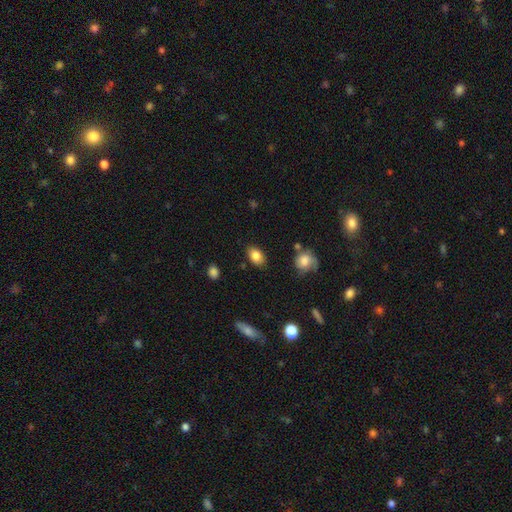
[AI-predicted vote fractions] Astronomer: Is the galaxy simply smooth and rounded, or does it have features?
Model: smooth — 83%.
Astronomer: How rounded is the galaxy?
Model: in between — 86%.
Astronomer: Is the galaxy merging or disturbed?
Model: none — 83%.